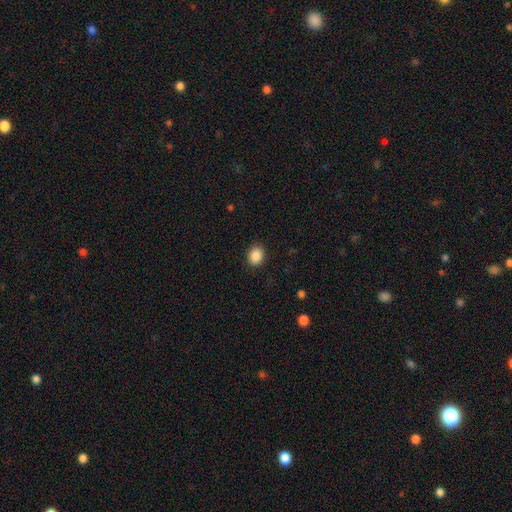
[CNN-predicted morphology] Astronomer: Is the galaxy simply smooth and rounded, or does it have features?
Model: smooth — 89%.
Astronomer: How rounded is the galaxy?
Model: in between — 53% (runner-up: round, 46%).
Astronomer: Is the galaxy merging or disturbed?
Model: none — 89%.